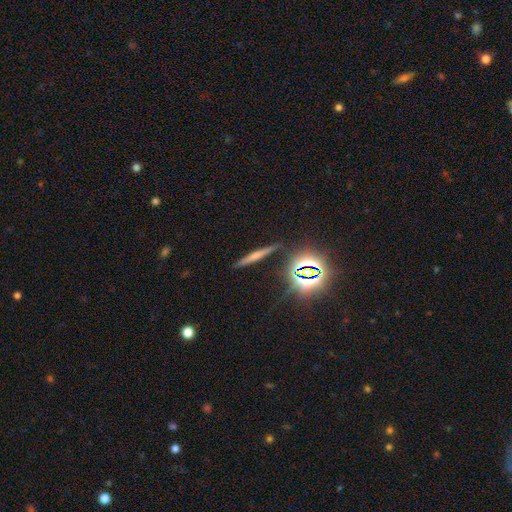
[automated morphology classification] smooth-or-featured: smooth: 48% | featured or disk: 31% | star or artifact: 21%
  merging: none: 85% | minor disturbance: 9% | merger: 3% | major disturbance: 3%